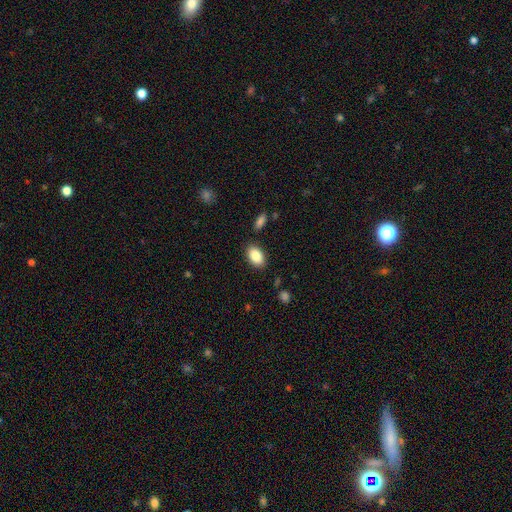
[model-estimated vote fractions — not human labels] This is clearly a smooth galaxy (88%). How rounded: clearly in between (91%). Merging: clearly none (85%).